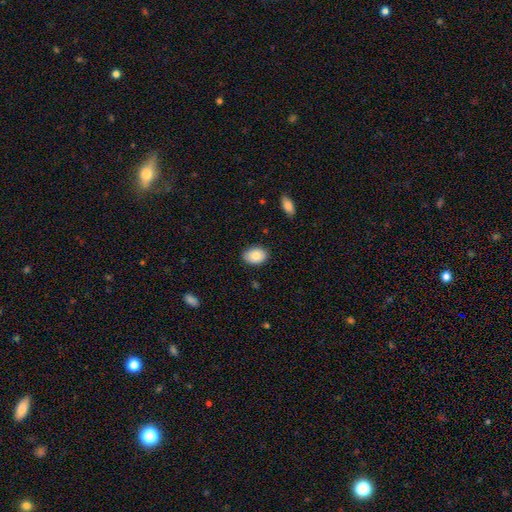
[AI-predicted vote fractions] smooth_or_featured: smooth (p=0.83) [alt: featured or disk p=0.10]
how_rounded: in between (p=0.81) [alt: round p=0.18]
merging: none (p=0.86) [alt: minor disturbance p=0.11]